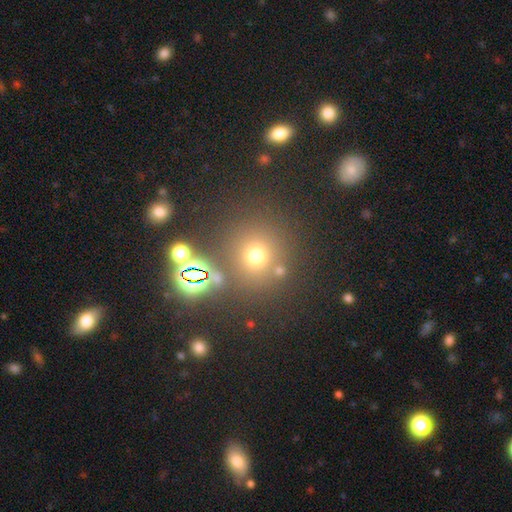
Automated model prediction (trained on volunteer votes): The model was most divided on "smooth or featured": smooth: 66%, star or artifact: 26%, featured or disk: 8%. More confident: how rounded — round (89%); merging — none (76%).